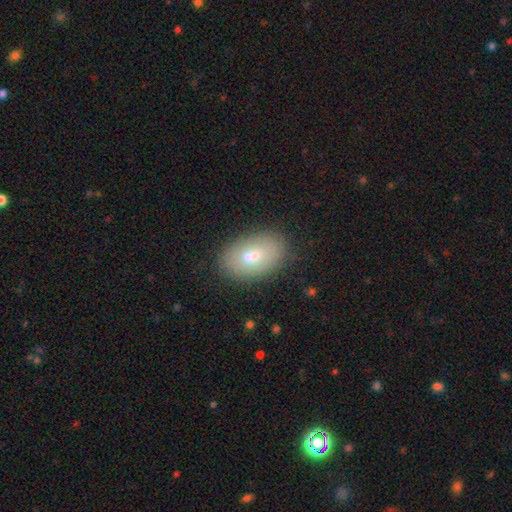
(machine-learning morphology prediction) A smooth galaxy with no disk features (66%) that is in between round and cigar-shaped (89%).

Vote fractions:
- Smooth or featured? smooth: 66% / featured or disk: 24% / star or artifact: 9%
- How rounded? in between: 89% / round: 10% / cigar-shaped: 2%
- Merging? none: 64% / merger: 21% / minor disturbance: 12% / major disturbance: 3%